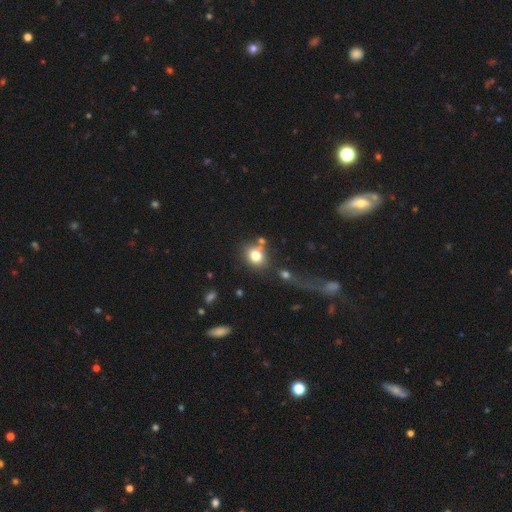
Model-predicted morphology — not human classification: Q: Smooth or featured?
A: smooth (77%); runner-up: featured or disk (12%)
Q: How rounded?
A: round (65%); runner-up: in between (33%)
Q: Merging?
A: none (57%); runner-up: merger (20%)